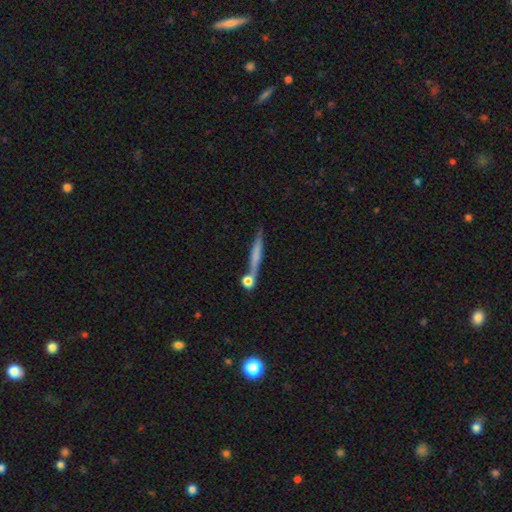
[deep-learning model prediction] This appears to be a smooth galaxy with no disk features (48%). Merging: none (68%).